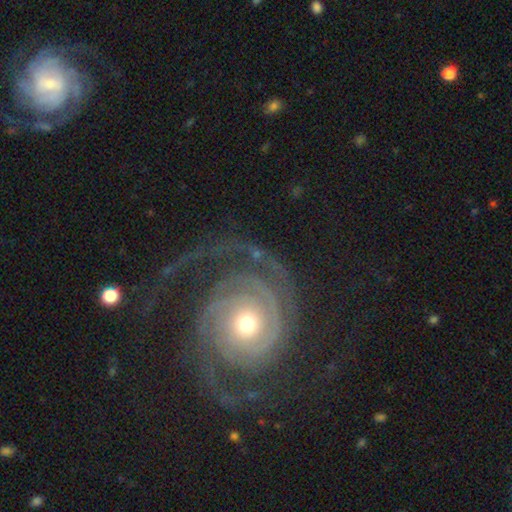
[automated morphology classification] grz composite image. It shows a featured or disk galaxy (89%) with no bar (77%), 2 (54%) tight (63%) spiral arms (97%) and a moderate central bulge (60%). Merging: none (60%).